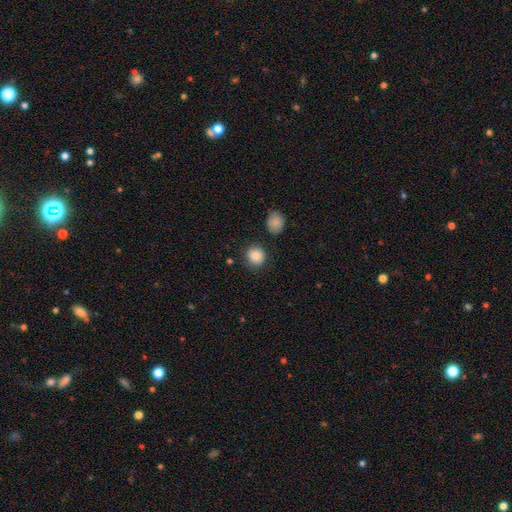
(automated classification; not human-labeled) Smooth or featured? smooth (88%)
How rounded? round (87%)
Merging? none (82%)